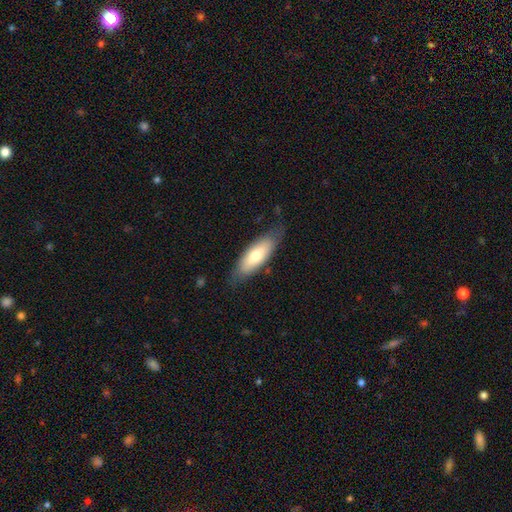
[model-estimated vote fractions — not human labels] smooth_or_featured: smooth (p=0.71) [alt: featured or disk p=0.24]
how_rounded: in between (p=0.64) [alt: cigar-shaped p=0.35]
merging: none (p=0.74) [alt: minor disturbance p=0.20]